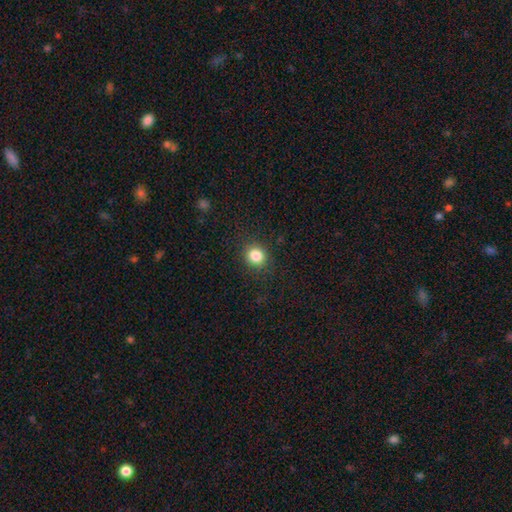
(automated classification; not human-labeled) Overall: smooth (84%). How rounded: round (83%). Merging: none (89%).